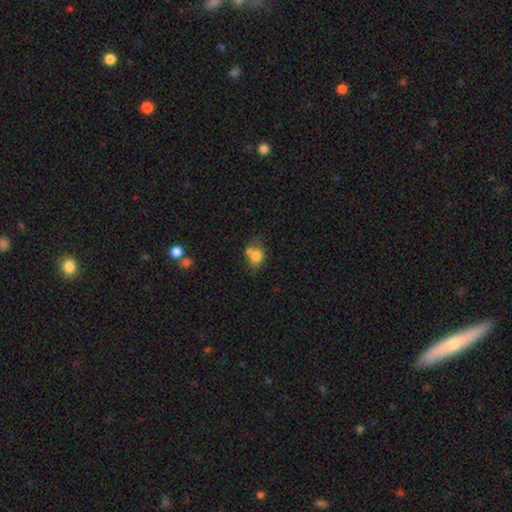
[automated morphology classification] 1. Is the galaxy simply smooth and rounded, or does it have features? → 75% smooth, 14% featured or disk, 11% star or artifact.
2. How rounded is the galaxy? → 54% round, 44% in between, 1% cigar-shaped.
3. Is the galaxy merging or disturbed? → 43% none, 31% merger, 19% minor disturbance, 8% major disturbance.